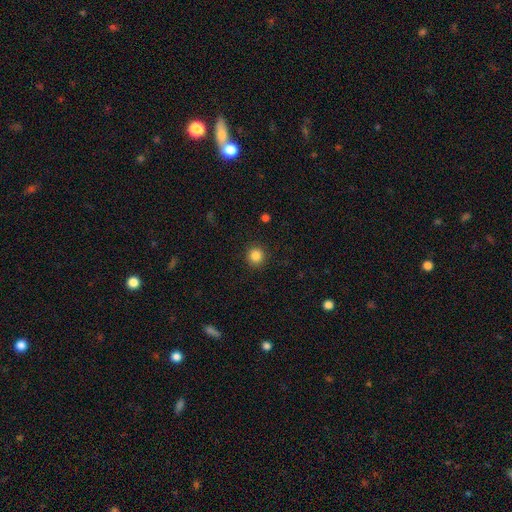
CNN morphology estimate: The model was most divided on "smooth or featured": smooth: 85%, star or artifact: 11%, featured or disk: 4%. More confident: how rounded — round (93%); merging — none (92%).